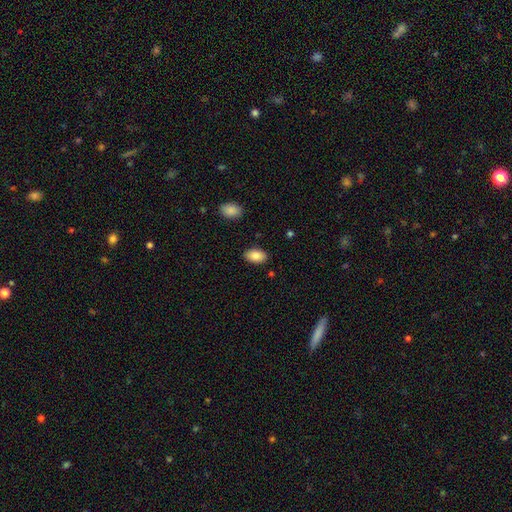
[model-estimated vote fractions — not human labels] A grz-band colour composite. It shows a smooth galaxy with no disk features (86%) that is in between round and cigar-shaped (92%). Merging: none (87%).